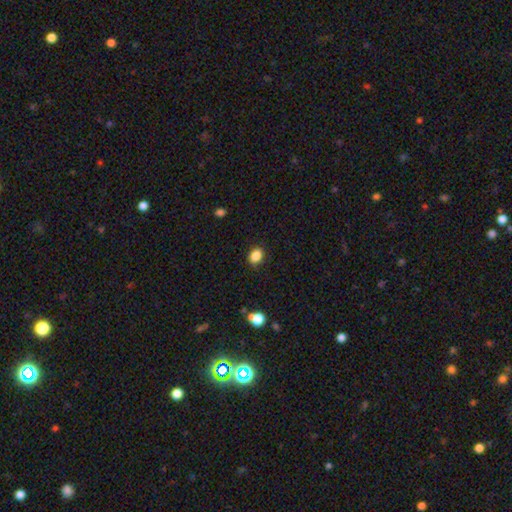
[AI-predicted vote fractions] A smooth galaxy with no disk features (86%) that is in between round and cigar-shaped (66%).

Vote fractions:
- Smooth or featured? smooth: 86% / star or artifact: 10% / featured or disk: 4%
- How rounded? in between: 66% / round: 33% / cigar-shaped: 1%
- Merging? none: 88% / minor disturbance: 9% / major disturbance: 2% / merger: 1%